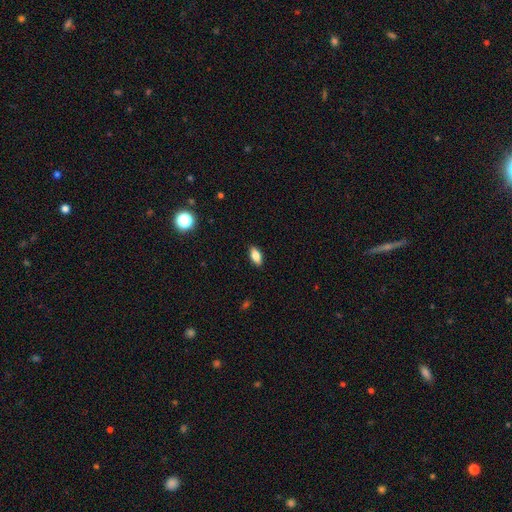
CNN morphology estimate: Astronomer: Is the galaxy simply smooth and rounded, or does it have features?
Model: smooth — 82%.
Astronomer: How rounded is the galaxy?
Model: in between — 86%.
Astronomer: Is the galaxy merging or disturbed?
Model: none — 89%.